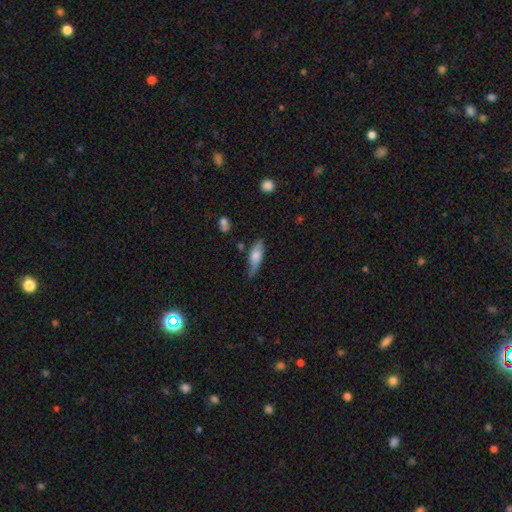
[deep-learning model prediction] A smooth galaxy with no disk features (62%) that is in between round and cigar-shaped (50%).

Vote fractions:
- Smooth or featured? smooth: 62% / featured or disk: 31% / star or artifact: 7%
- How rounded? in between: 50% / cigar-shaped: 47% / round: 3%
- Merging? none: 55% / minor disturbance: 33% / major disturbance: 8% / merger: 3%